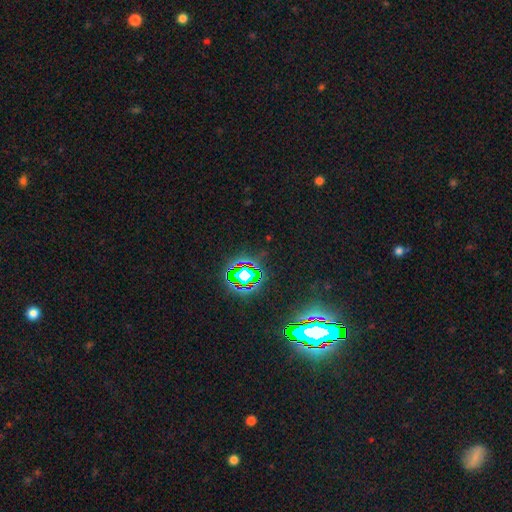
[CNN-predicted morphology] A star or artifact, not a galaxy (80%).

Vote fractions:
- Smooth or featured? star or artifact: 80% / smooth: 12% / featured or disk: 8%